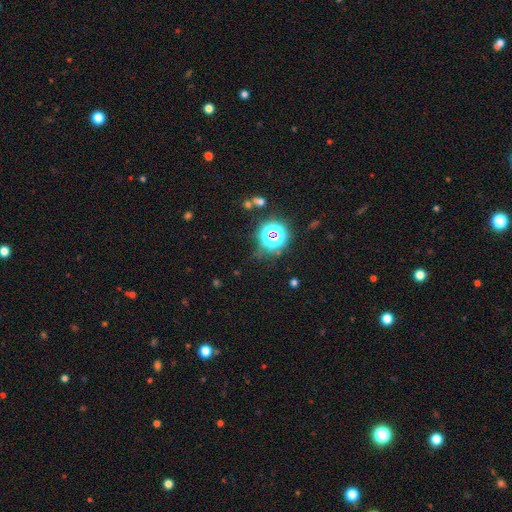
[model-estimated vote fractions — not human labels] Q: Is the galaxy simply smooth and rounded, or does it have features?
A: star or artifact — 77%.